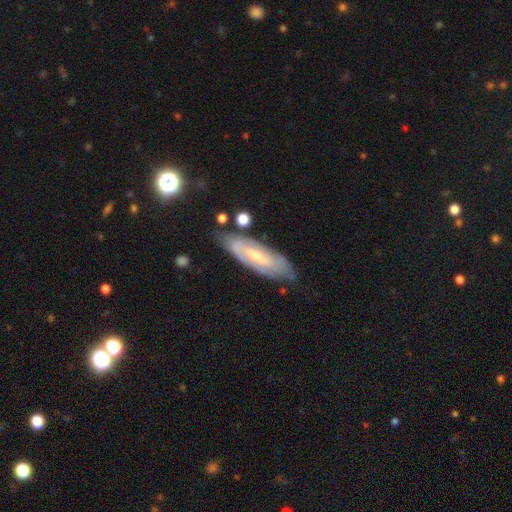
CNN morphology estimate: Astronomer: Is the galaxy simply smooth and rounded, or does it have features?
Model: featured or disk — 67%.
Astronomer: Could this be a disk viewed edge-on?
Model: no — 78%.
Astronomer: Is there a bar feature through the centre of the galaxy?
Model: weak — 46% (runner-up: no, 28%).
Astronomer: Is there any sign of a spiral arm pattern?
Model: yes — 80%.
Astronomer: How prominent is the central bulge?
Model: small — 60%.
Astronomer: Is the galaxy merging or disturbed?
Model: none — 74%.